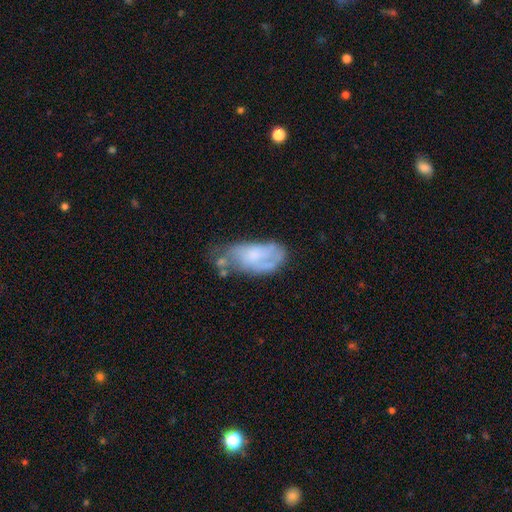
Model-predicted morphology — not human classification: Q: Smooth or featured?
A: featured or disk (51%); runner-up: smooth (41%)
Q: Edge-on disk?
A: no (93%); runner-up: yes (7%)
Q: Merging?
A: none (36%); runner-up: minor disturbance (31%)